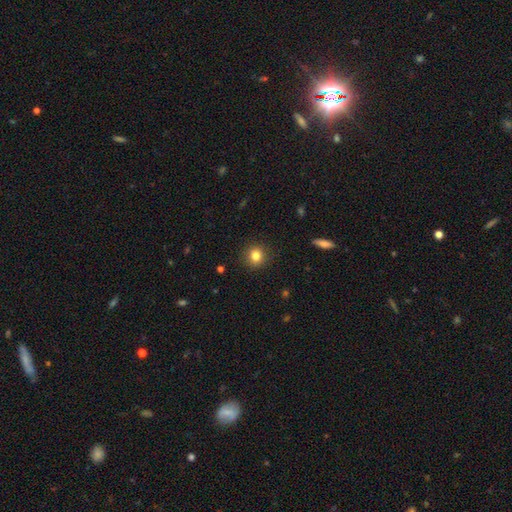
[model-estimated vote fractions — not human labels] Smooth or featured?
  - smooth: 83% *
  - star or artifact: 11%
  - featured or disk: 6%
How rounded?
  - round: 87% *
  - in between: 12%
  - cigar-shaped: 1%
Merging?
  - none: 90% *
  - minor disturbance: 7%
  - major disturbance: 2%
  - merger: 1%